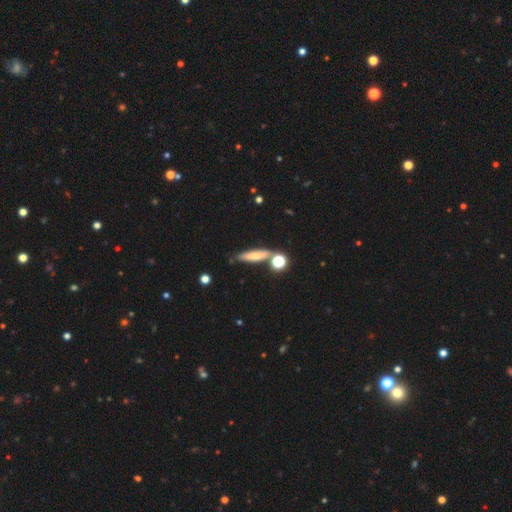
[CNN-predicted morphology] This is possibly a smooth galaxy (57%). How rounded: likely cigar-shaped (73%). Merging: likely none (67%).